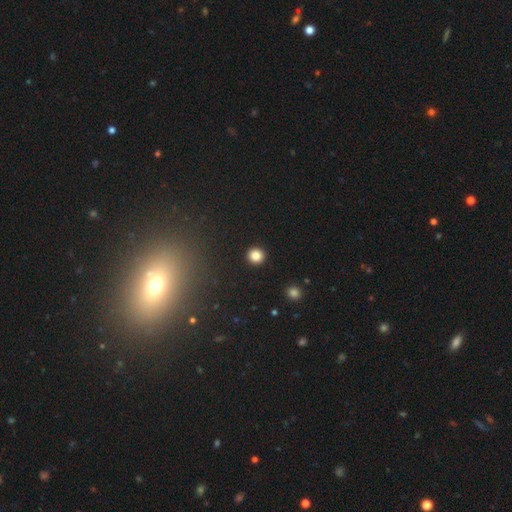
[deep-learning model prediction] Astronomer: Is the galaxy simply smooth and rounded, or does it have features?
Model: smooth — 85%.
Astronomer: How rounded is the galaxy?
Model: round — 94%.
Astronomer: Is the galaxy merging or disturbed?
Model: none — 93%.